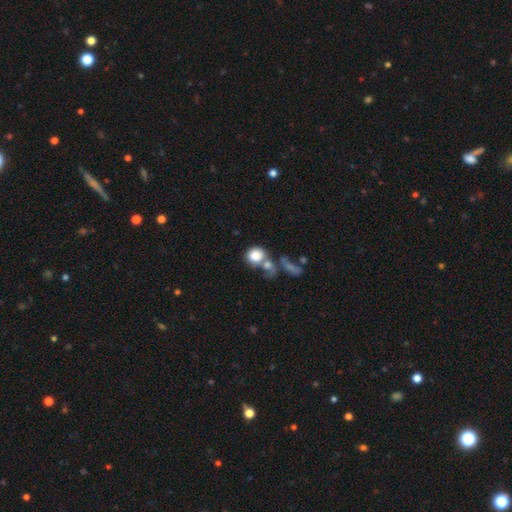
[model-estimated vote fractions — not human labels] A smooth galaxy with no disk features (78%) that is round (70%).

Vote fractions:
- Smooth or featured? smooth: 78% / featured or disk: 13% / star or artifact: 9%
- How rounded? round: 70% / in between: 28% / cigar-shaped: 2%
- Merging? merger: 46% / none: 31% / major disturbance: 13% / minor disturbance: 10%